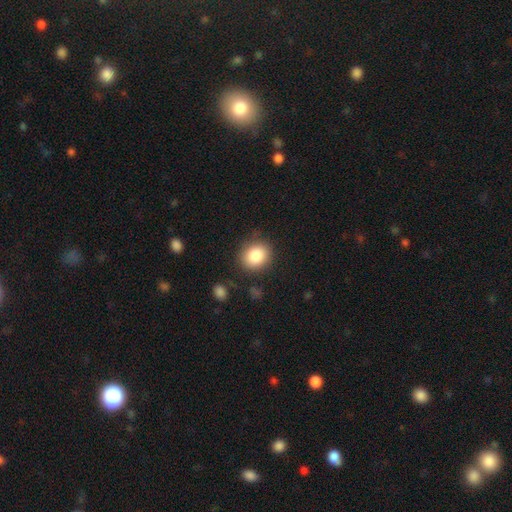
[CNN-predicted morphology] smooth_or_featured: smooth (p=0.85) [alt: star or artifact p=0.09]
how_rounded: round (p=0.70) [alt: in between p=0.30]
merging: none (p=0.85) [alt: minor disturbance p=0.10]